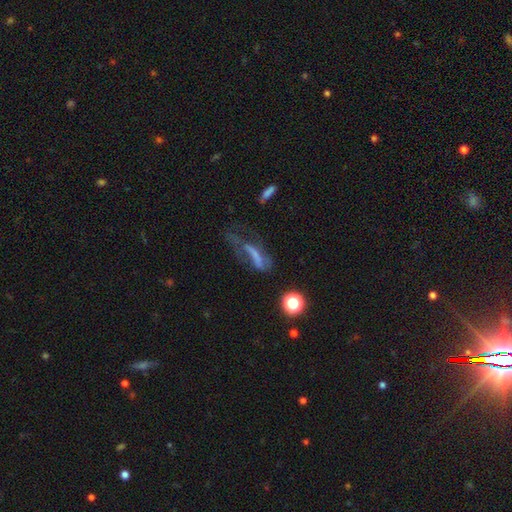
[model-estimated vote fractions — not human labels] smooth_or_featured: featured or disk (p=0.43) [alt: smooth p=0.39]
merging: major disturbance (p=0.51) [alt: none p=0.23]